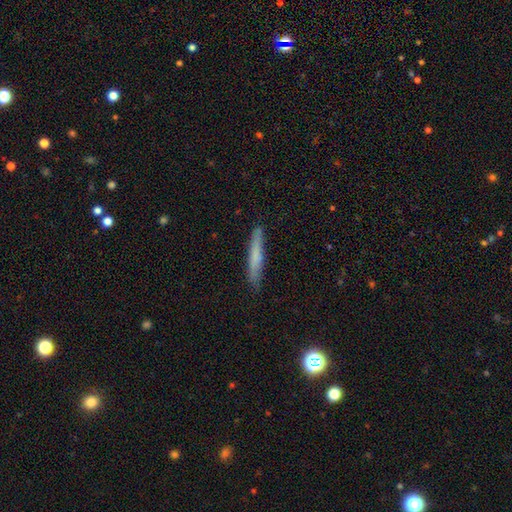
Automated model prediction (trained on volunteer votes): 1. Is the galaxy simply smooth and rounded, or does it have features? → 67% smooth, 26% featured or disk, 6% star or artifact.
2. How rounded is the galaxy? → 95% cigar-shaped, 4% in between, 1% round.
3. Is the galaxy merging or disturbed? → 87% none, 10% minor disturbance, 2% major disturbance, 1% merger.